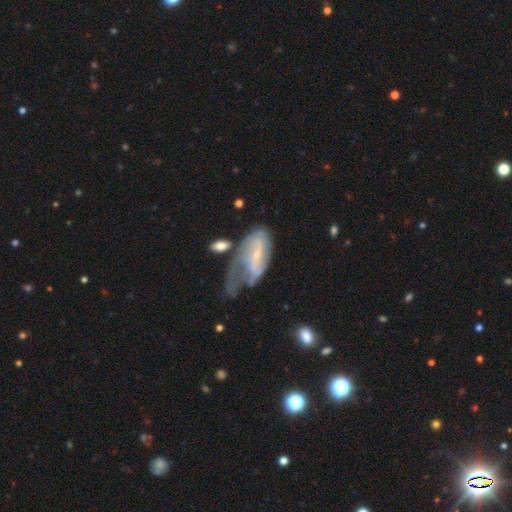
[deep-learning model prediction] smooth_or_featured: featured or disk (p=0.69) [alt: smooth p=0.23]
disk_edge_on: no (p=0.93) [alt: yes p=0.07]
bar: weak (p=0.42) [alt: no p=0.35]
has_spiral_arms: yes (p=0.75) [alt: no p=0.25]
bulge_size: small (p=0.71) [alt: moderate p=0.17]
merging: major disturbance (p=0.40) [alt: minor disturbance p=0.26]